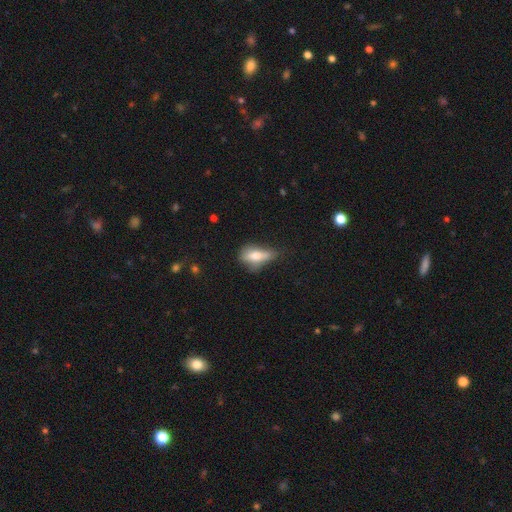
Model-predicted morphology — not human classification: Smooth or featured? Predicted: smooth (p=0.65). How rounded? Predicted: in between (p=0.74). Merging? Predicted: minor disturbance (p=0.34).